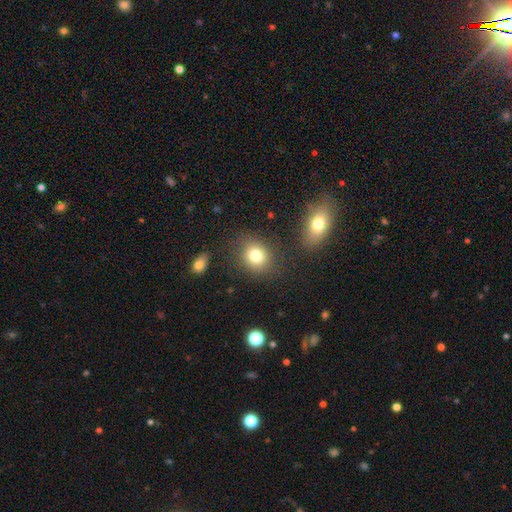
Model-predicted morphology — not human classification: Q: Smooth or featured?
A: smooth (79%); runner-up: star or artifact (11%)
Q: How rounded?
A: round (69%); runner-up: in between (30%)
Q: Merging?
A: none (80%); runner-up: minor disturbance (11%)